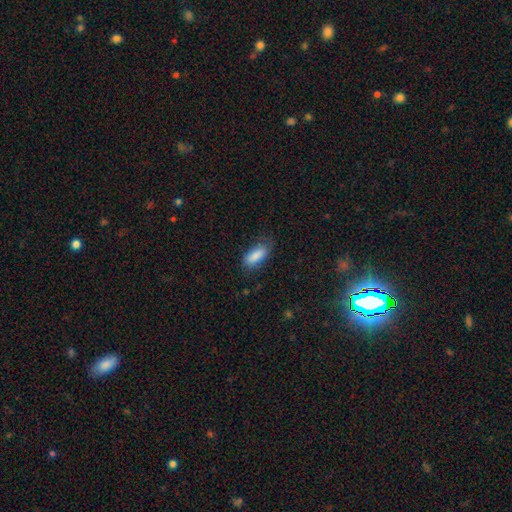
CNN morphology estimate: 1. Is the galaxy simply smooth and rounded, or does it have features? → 85% smooth, 8% featured or disk, 7% star or artifact.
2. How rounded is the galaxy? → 82% in between, 16% cigar-shaped, 2% round.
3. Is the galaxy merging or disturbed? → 71% none, 22% minor disturbance, 6% major disturbance, 1% merger.